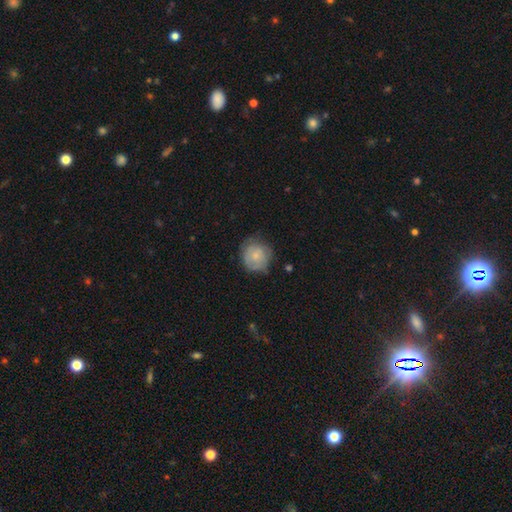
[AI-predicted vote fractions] A smooth galaxy with no disk features (64%) that is round (86%).

Vote fractions:
- Smooth or featured? smooth: 64% / featured or disk: 29% / star or artifact: 7%
- How rounded? round: 86% / in between: 14% / cigar-shaped: 1%
- Merging? none: 62% / minor disturbance: 27% / major disturbance: 9% / merger: 2%